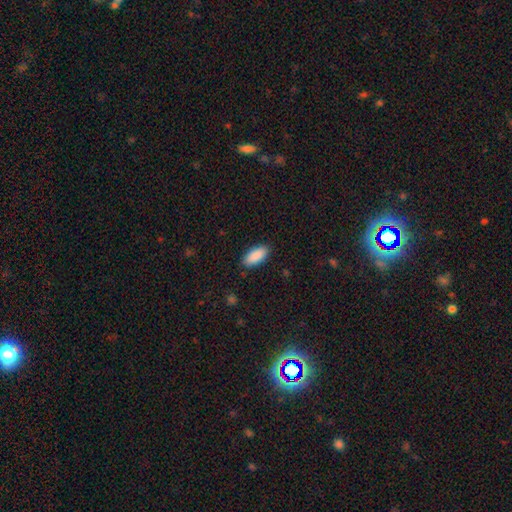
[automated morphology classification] Smooth or featured?
  - smooth: 91% *
  - star or artifact: 6%
  - featured or disk: 3%
How rounded?
  - in between: 90% *
  - cigar-shaped: 9%
  - round: 2%
Merging?
  - none: 89% *
  - minor disturbance: 8%
  - major disturbance: 2%
  - merger: 1%